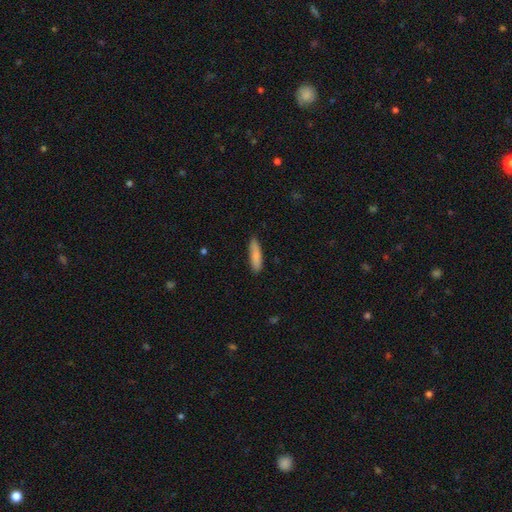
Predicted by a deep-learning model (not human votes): smooth-or-featured: smooth: 84% | featured or disk: 10% | star or artifact: 6%
  how-rounded: cigar-shaped: 75% | in between: 24% | round: 1%
  merging: none: 85% | minor disturbance: 11% | major disturbance: 2% | merger: 1%